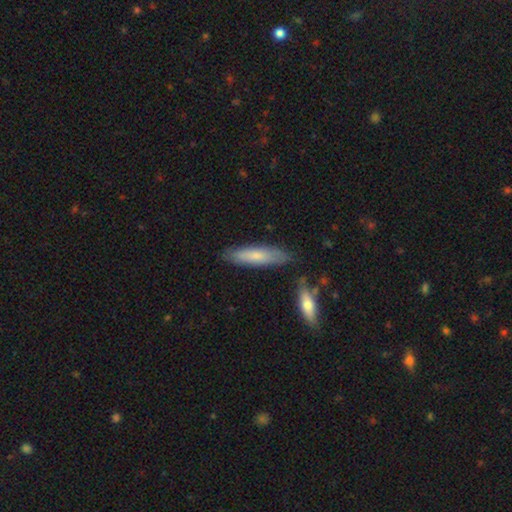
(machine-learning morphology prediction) Smooth or featured: smooth — 68% (featured or disk — 26%)
How rounded: cigar-shaped — 72% (in between — 27%)
Merging: none — 80% (minor disturbance — 14%)